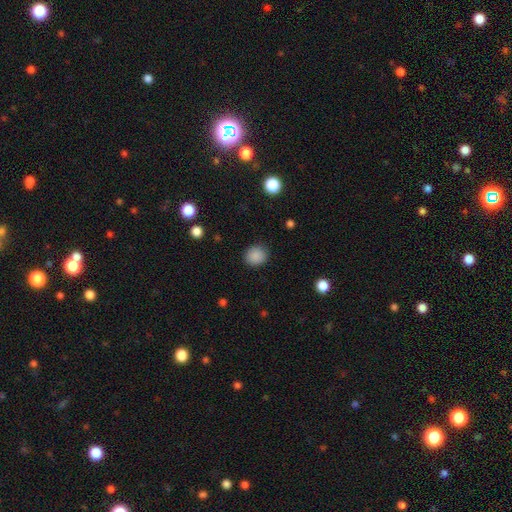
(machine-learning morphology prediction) Q: Smooth or featured?
A: smooth (87%); runner-up: star or artifact (10%)
Q: How rounded?
A: round (82%); runner-up: in between (17%)
Q: Merging?
A: none (89%); runner-up: minor disturbance (8%)